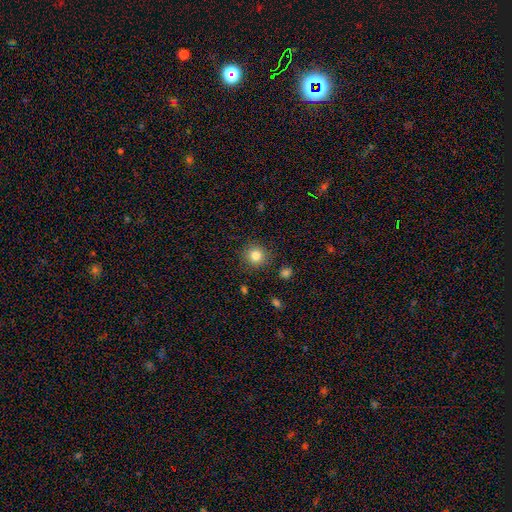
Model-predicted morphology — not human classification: smooth-or-featured: smooth: 83% | star or artifact: 11% | featured or disk: 6%
  how-rounded: round: 91% | in between: 8% | cigar-shaped: 1%
  merging: none: 88% | minor disturbance: 7% | major disturbance: 2% | merger: 2%